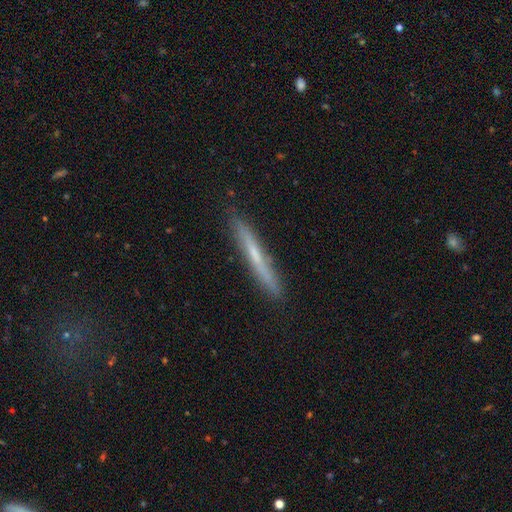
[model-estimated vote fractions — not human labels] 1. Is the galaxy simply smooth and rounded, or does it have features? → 49% featured or disk, 44% smooth, 7% star or artifact.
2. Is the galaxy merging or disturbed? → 87% none, 10% minor disturbance, 2% major disturbance, 1% merger.